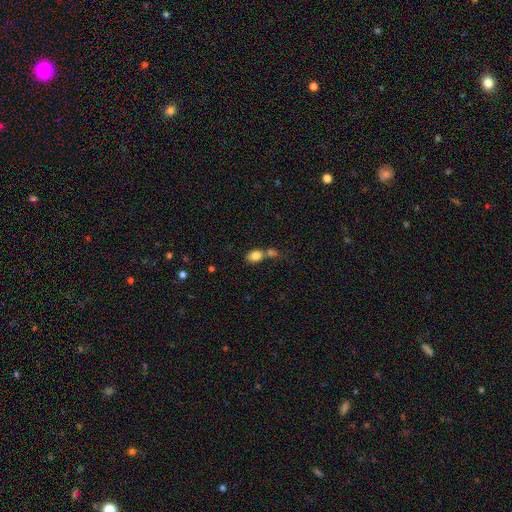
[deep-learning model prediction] Smooth or featured?
  - smooth: 82% *
  - star or artifact: 9%
  - featured or disk: 9%
How rounded?
  - in between: 74% *
  - round: 25%
  - cigar-shaped: 2%
Merging?
  - merger: 45% *
  - none: 39%
  - minor disturbance: 11%
  - major disturbance: 5%